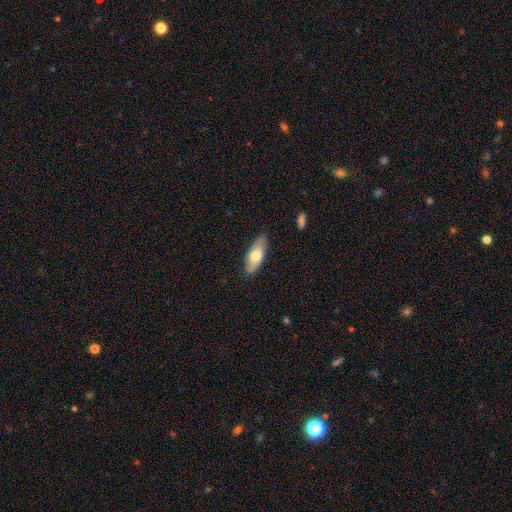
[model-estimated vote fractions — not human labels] Morphology: type=smooth (66%); roundness=in between (78%); merging=none (81%).